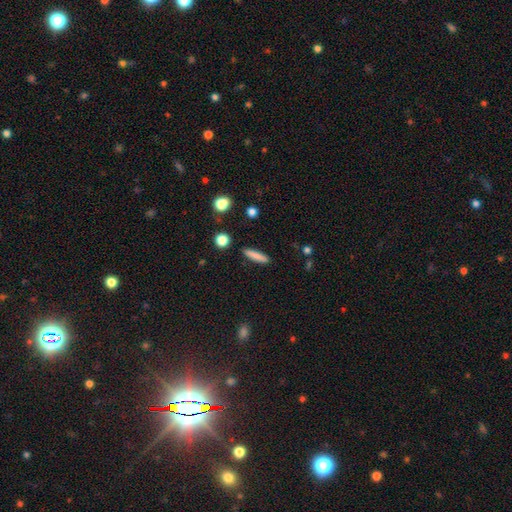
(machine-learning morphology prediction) This is clearly a smooth galaxy (82%). How rounded: clearly cigar-shaped (86%). Merging: clearly none (90%).